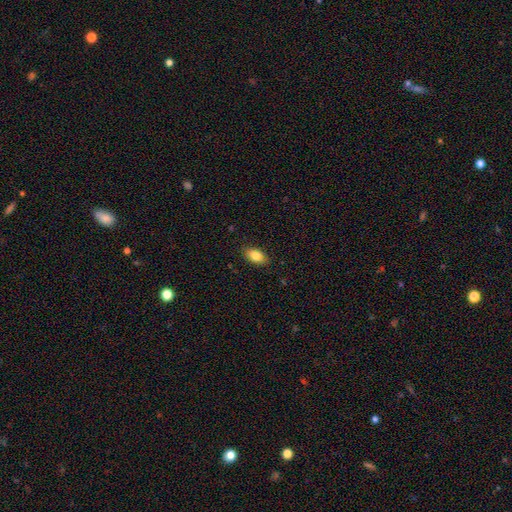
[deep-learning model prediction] This appears to be a smooth galaxy with no disk features (84%) that is in between round and cigar-shaped (91%). Merging: none (88%).